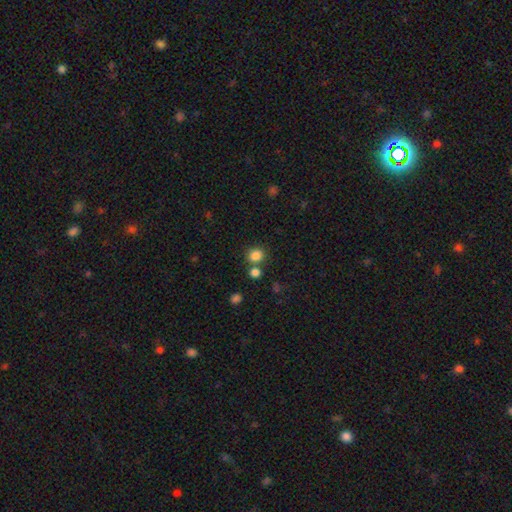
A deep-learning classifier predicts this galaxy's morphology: A smooth galaxy with no disk features (84%) that is round (81%).

Vote fractions:
- Smooth or featured? smooth: 84% / star or artifact: 12% / featured or disk: 5%
- How rounded? round: 81% / in between: 18% / cigar-shaped: 1%
- Merging? none: 69% / merger: 19% / minor disturbance: 8% / major disturbance: 3%